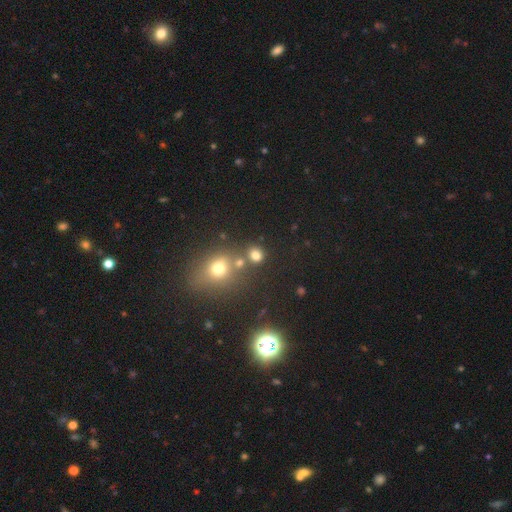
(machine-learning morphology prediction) Smooth or featured? smooth (75%)
How rounded? round (76%)
Merging? none (69%)